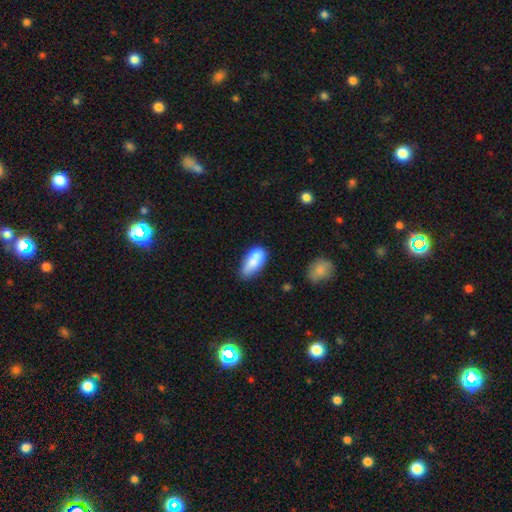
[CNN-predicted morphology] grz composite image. It shows a smooth galaxy with no disk features (77%) that is in between round and cigar-shaped (81%). Merging: none (45%).